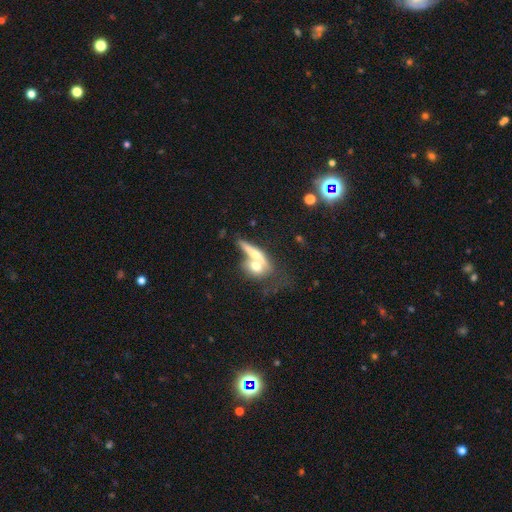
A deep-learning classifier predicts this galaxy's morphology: Smooth or featured? Predicted: smooth (p=0.51). How rounded? Predicted: cigar-shaped (p=0.43). Merging? Predicted: merger (p=0.53).